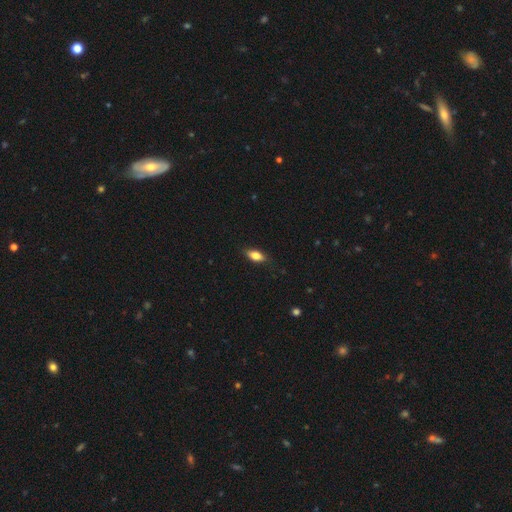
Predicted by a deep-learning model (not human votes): Smooth or featured? smooth (76%)
How rounded? in between (83%)
Merging? none (84%)